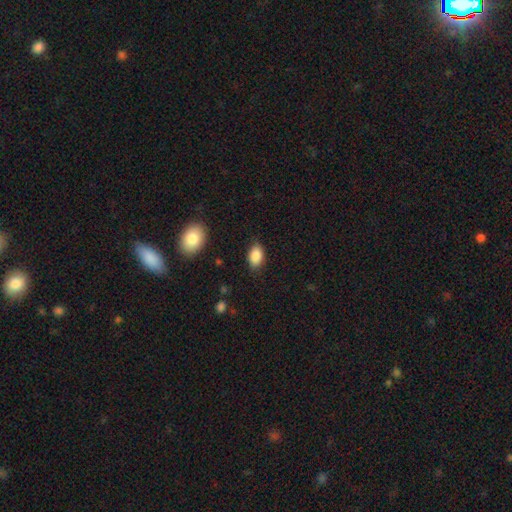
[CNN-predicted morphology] This is clearly a smooth galaxy (88%). How rounded: clearly in between (88%). Merging: likely none (79%).